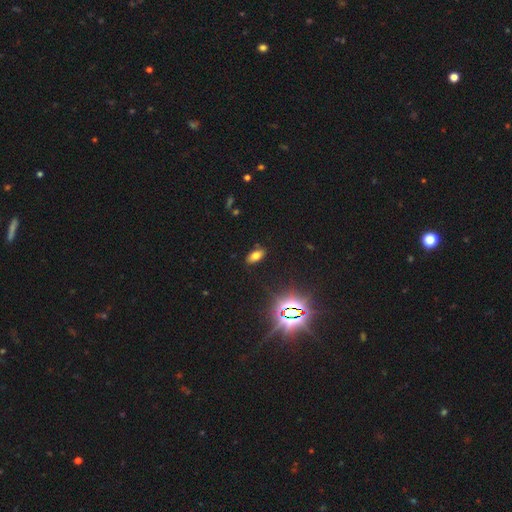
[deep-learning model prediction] A smooth galaxy with no disk features (62%) that is in between round and cigar-shaped (90%).

Vote fractions:
- Smooth or featured? smooth: 62% / star or artifact: 25% / featured or disk: 13%
- How rounded? in between: 90% / cigar-shaped: 5% / round: 5%
- Merging? none: 87% / minor disturbance: 9% / major disturbance: 2% / merger: 1%